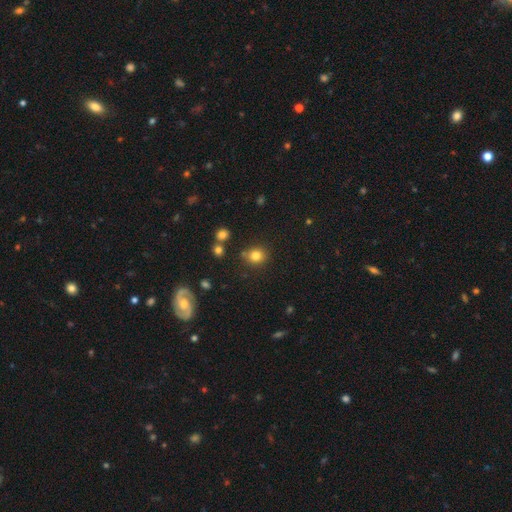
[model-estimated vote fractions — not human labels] smooth-or-featured: smooth: 81% | star or artifact: 13% | featured or disk: 7%
  how-rounded: round: 83% | in between: 16% | cigar-shaped: 1%
  merging: none: 82% | minor disturbance: 10% | merger: 5% | major disturbance: 3%